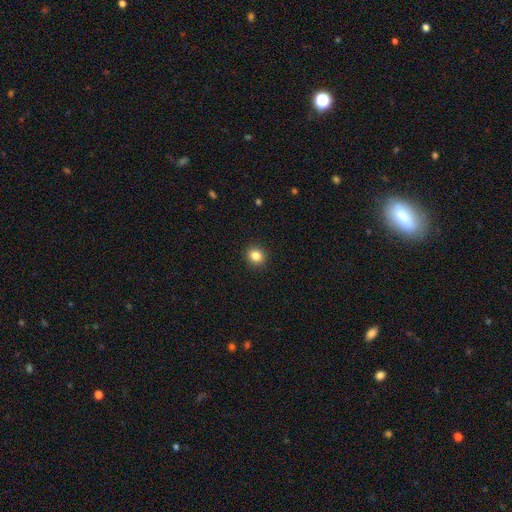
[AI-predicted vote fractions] A smooth galaxy with no disk features (84%) that is round (83%).

Vote fractions:
- Smooth or featured? smooth: 84% / star or artifact: 11% / featured or disk: 5%
- How rounded? round: 83% / in between: 17% / cigar-shaped: 1%
- Merging? none: 92% / minor disturbance: 6% / major disturbance: 2% / merger: 1%